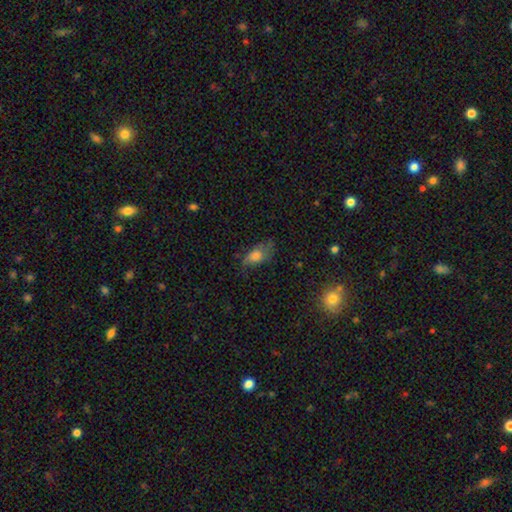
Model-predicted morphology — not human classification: Q: Smooth or featured?
A: smooth (67%); runner-up: featured or disk (22%)
Q: How rounded?
A: in between (86%); runner-up: round (8%)
Q: Merging?
A: none (45%); runner-up: minor disturbance (32%)